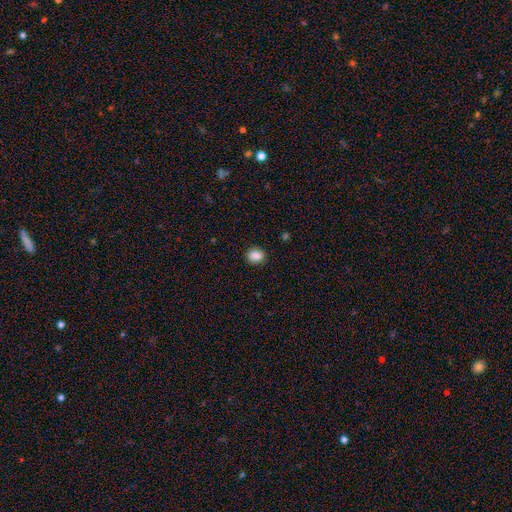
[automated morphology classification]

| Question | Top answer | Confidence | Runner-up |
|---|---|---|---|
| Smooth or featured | smooth | 87% | star or artifact (9%) |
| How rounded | round | 56% | in between (43%) |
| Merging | none | 87% | minor disturbance (10%) |